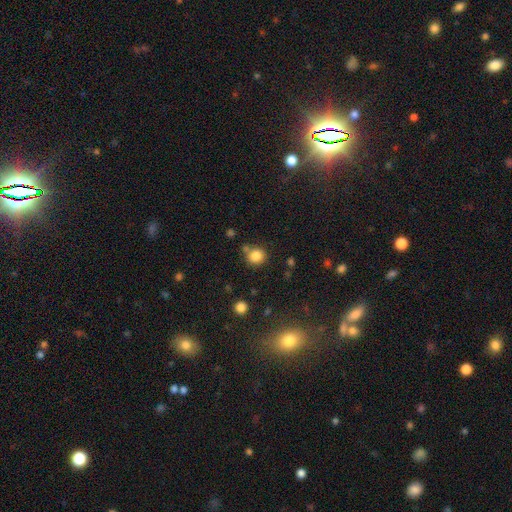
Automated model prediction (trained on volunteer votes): A smooth galaxy with no disk features (83%) that is round (87%). Merging: none (71%).